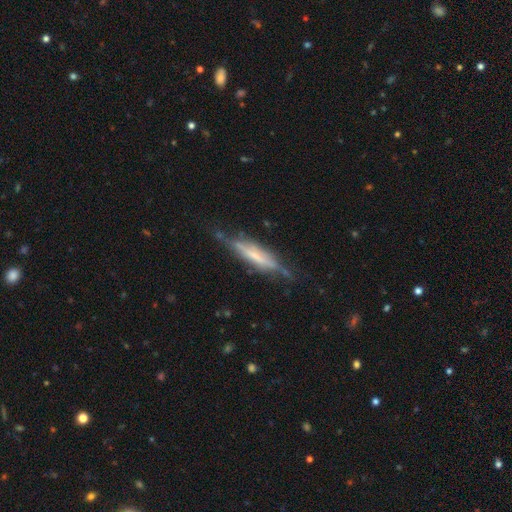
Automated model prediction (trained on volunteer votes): Smooth or featured? Predicted: featured or disk (p=0.65). Edge-on disk? Predicted: yes (p=0.88). Edge-on bulge? Predicted: boxy (p=0.34, tied with none). Merging? Predicted: none (p=0.65).